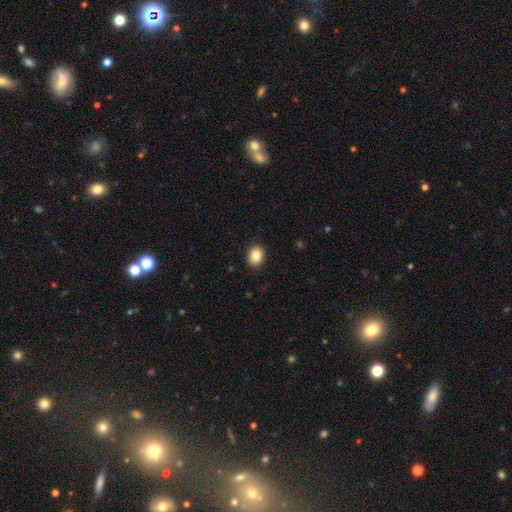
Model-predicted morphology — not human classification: Q: Smooth or featured?
A: smooth (86%); runner-up: star or artifact (8%)
Q: How rounded?
A: in between (57%); runner-up: round (43%)
Q: Merging?
A: none (91%); runner-up: minor disturbance (6%)